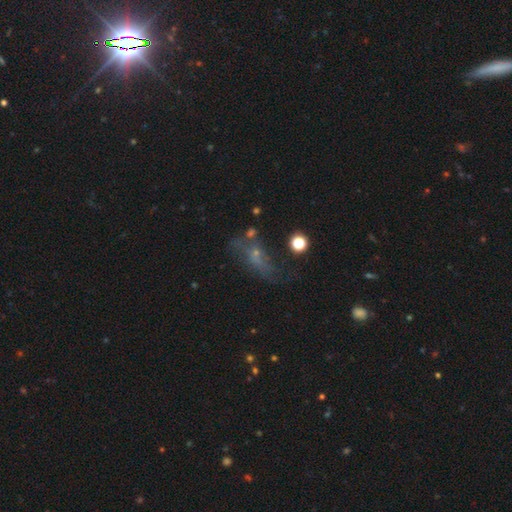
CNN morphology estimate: A featured or disk galaxy (39%).

Vote fractions:
- Smooth or featured? featured or disk: 39% / smooth: 37% / star or artifact: 23%
- Merging? none: 41% / major disturbance: 27% / minor disturbance: 22% / merger: 10%